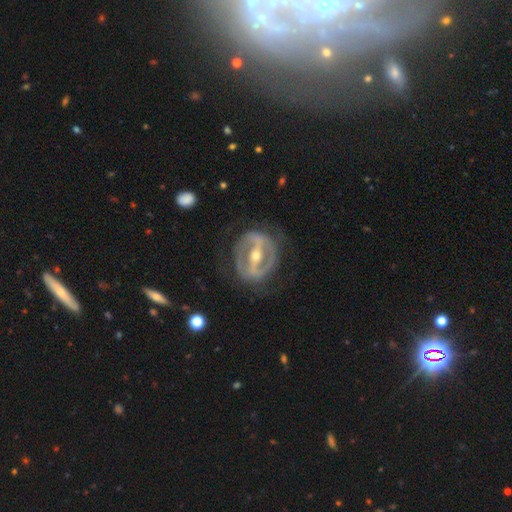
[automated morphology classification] Smooth or featured? featured or disk (86%)
Edge-on disk? no (93%)
Bar? strong (78%)
Spiral arms? yes (65%)
Spiral winding? tight (45%)
Spiral arm count? 2 (80%)
Bulge size? moderate (59%)
Merging? none (78%)